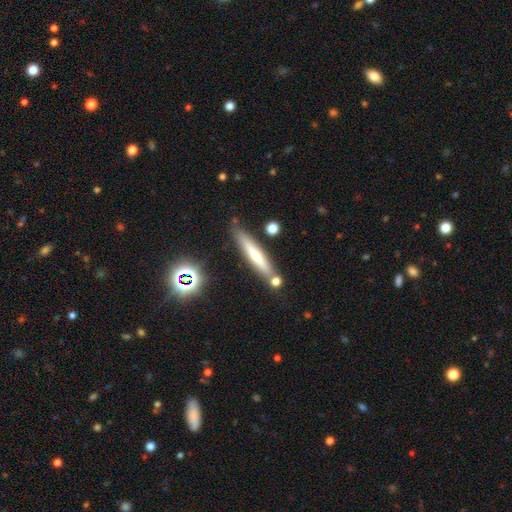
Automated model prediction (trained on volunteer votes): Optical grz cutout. It shows a smooth galaxy with no disk features (58%) that is cigar-shaped (91%). Merging: none (78%).